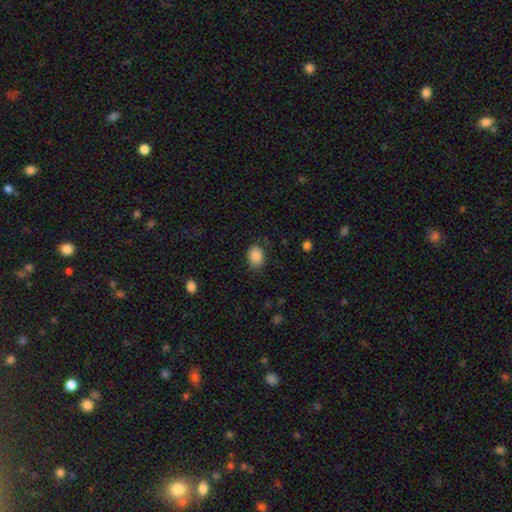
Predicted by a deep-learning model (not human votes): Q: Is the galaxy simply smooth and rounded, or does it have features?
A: smooth — 87%.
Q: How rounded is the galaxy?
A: in between — 62%.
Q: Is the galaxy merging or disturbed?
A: none — 80%.